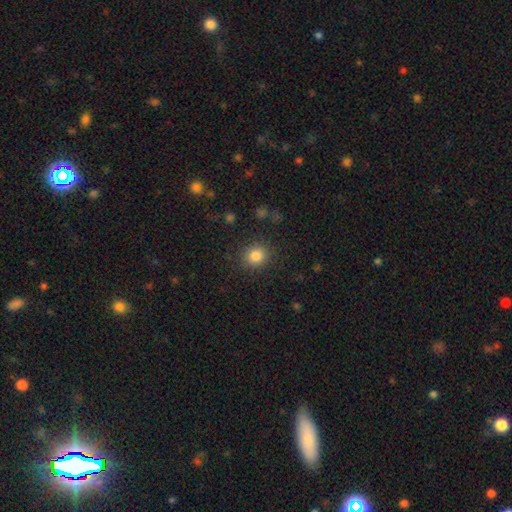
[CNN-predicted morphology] The model was most divided on "how rounded": round: 82%, in between: 17%, cigar-shaped: 1%. More confident: merging — none (87%); smooth or featured — smooth (84%).